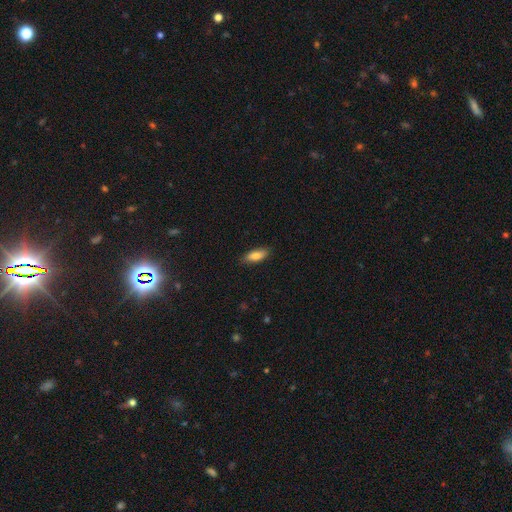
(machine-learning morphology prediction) Smooth or featured: smooth — 81% (featured or disk — 13%)
How rounded: in between — 73% (cigar-shaped — 25%)
Merging: none — 84% (minor disturbance — 12%)